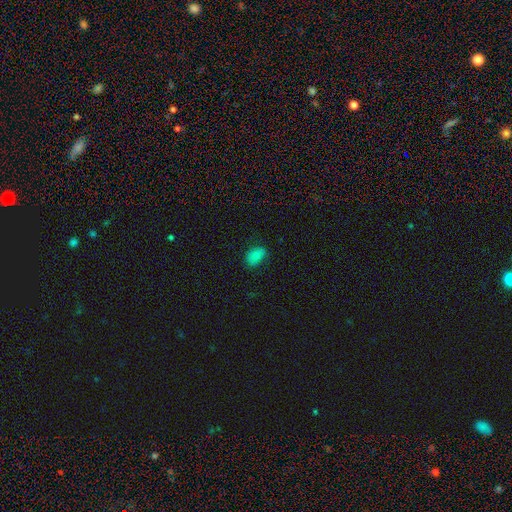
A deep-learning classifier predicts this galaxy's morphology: smooth_or_featured: smooth (p=0.78) [alt: featured or disk p=0.11]
how_rounded: in between (p=0.82) [alt: round p=0.17]
merging: none (p=0.72) [alt: minor disturbance p=0.22]